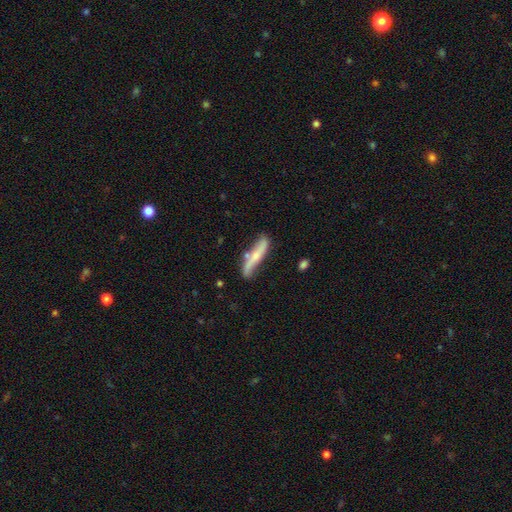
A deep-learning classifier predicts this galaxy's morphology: featured or disk 48%, smooth 46%, star or artifact 6%. Down the decision tree: merging — none (61%).